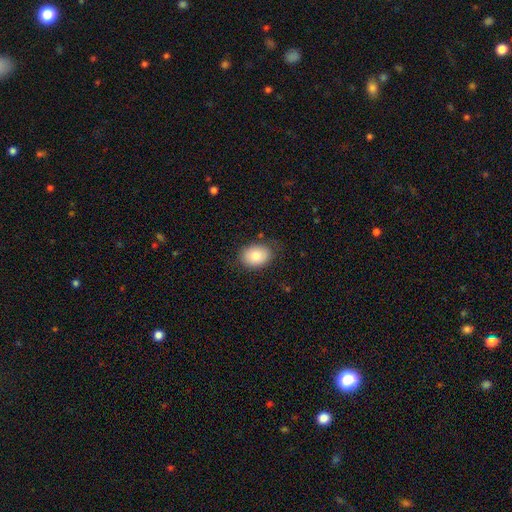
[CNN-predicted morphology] Smooth or featured: smooth — 81% (featured or disk — 11%)
How rounded: in between — 67% (round — 32%)
Merging: none — 80% (minor disturbance — 15%)